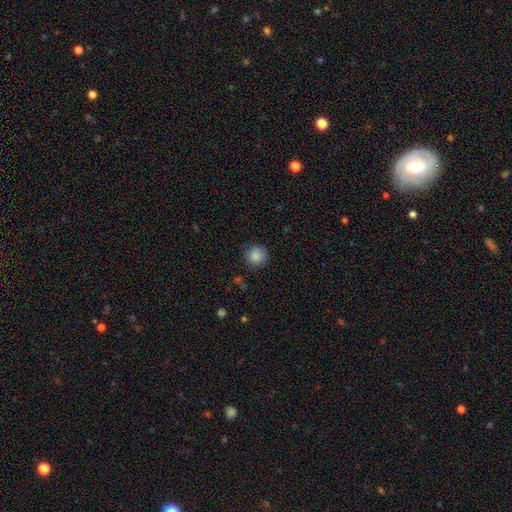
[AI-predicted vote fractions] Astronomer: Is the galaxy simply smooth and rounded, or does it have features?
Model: smooth — 87%.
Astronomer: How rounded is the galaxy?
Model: round — 94%.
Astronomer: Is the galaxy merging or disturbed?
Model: none — 87%.